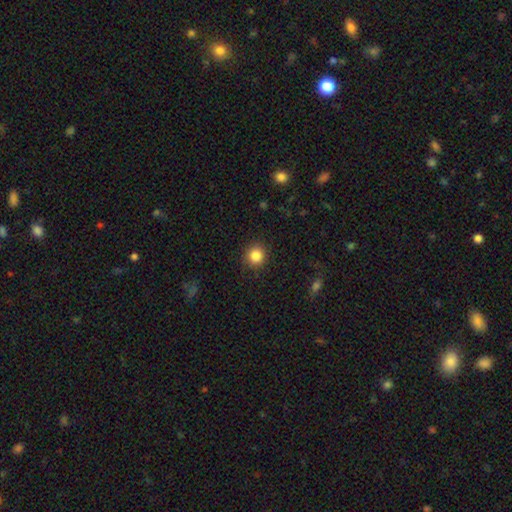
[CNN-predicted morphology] This is clearly a smooth galaxy (85%). How rounded: clearly round (90%). Merging: clearly none (90%).